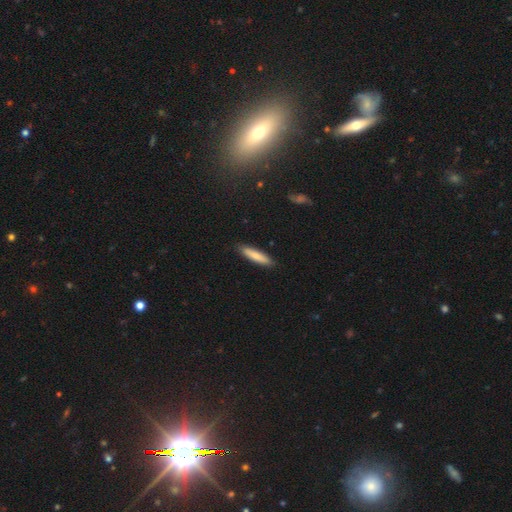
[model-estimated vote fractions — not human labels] Smooth or featured? smooth (81%)
How rounded? cigar-shaped (81%)
Merging? none (88%)